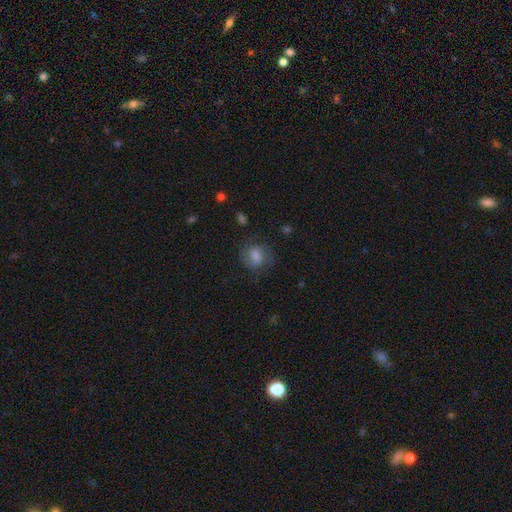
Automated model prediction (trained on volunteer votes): A smooth galaxy with no disk features (46%).

Vote fractions:
- Smooth or featured? smooth: 46% / featured or disk: 41% / star or artifact: 13%
- Merging? none: 73% / minor disturbance: 17% / major disturbance: 8% / merger: 2%